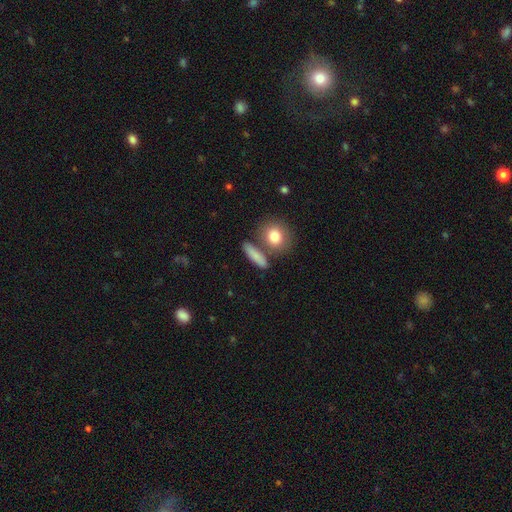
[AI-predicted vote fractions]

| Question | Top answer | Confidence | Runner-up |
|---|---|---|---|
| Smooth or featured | smooth | 80% | featured or disk (12%) |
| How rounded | cigar-shaped | 48% | in between (32%) |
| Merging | none | 72% | merger (12%) |